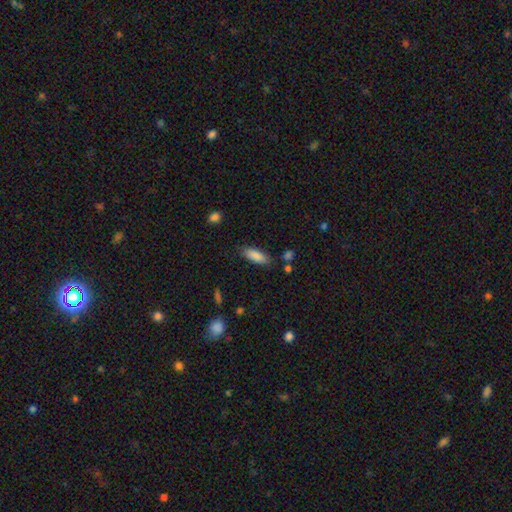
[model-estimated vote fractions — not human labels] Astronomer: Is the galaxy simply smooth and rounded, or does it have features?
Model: smooth — 87%.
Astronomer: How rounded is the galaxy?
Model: in between — 71%.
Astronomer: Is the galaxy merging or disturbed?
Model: none — 80%.